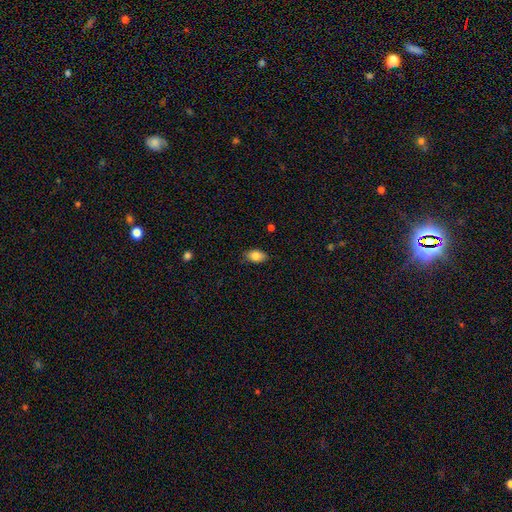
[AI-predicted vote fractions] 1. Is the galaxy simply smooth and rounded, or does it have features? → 85% smooth, 8% star or artifact, 7% featured or disk.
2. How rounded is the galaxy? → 90% in between, 8% round, 2% cigar-shaped.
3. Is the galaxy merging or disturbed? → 80% none, 16% minor disturbance, 3% major disturbance, 1% merger.